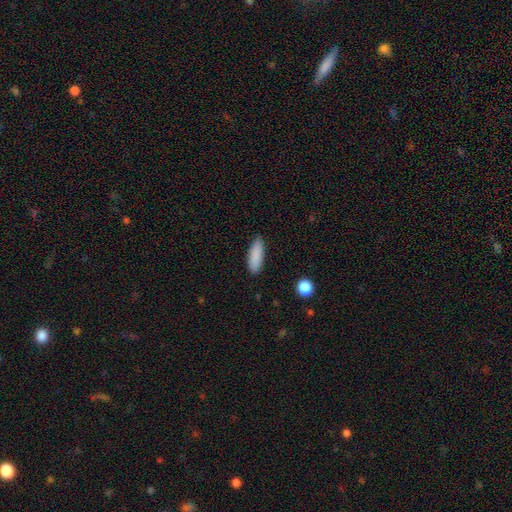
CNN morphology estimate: Smooth or featured?
  - smooth: 88% *
  - star or artifact: 7%
  - featured or disk: 5%
How rounded?
  - in between: 64% *
  - cigar-shaped: 35%
  - round: 2%
Merging?
  - none: 85% *
  - minor disturbance: 12%
  - major disturbance: 2%
  - merger: 1%